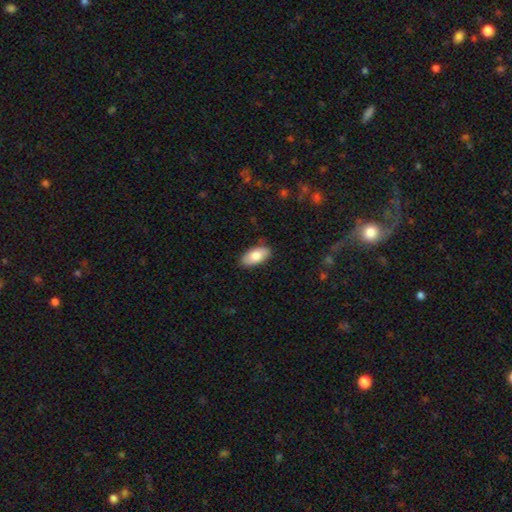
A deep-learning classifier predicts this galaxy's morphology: This appears to be a smooth galaxy with no disk features (81%) that is in between round and cigar-shaped (92%). Merging: none (86%).